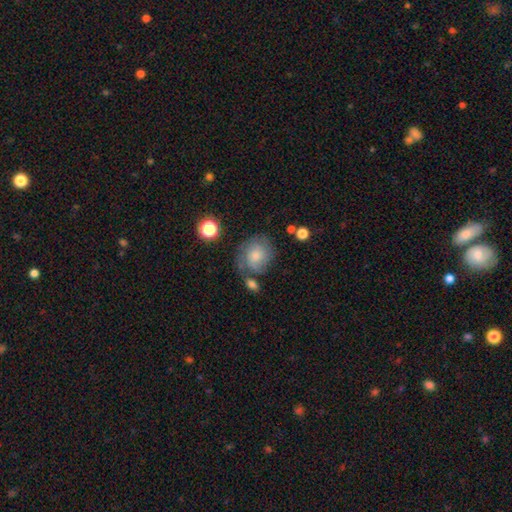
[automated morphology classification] Smooth or featured?
  - smooth: 55% *
  - featured or disk: 35%
  - star or artifact: 10%
How rounded?
  - round: 76% *
  - in between: 23%
  - cigar-shaped: 1%
Merging?
  - none: 54% *
  - minor disturbance: 22%
  - major disturbance: 13%
  - merger: 10%